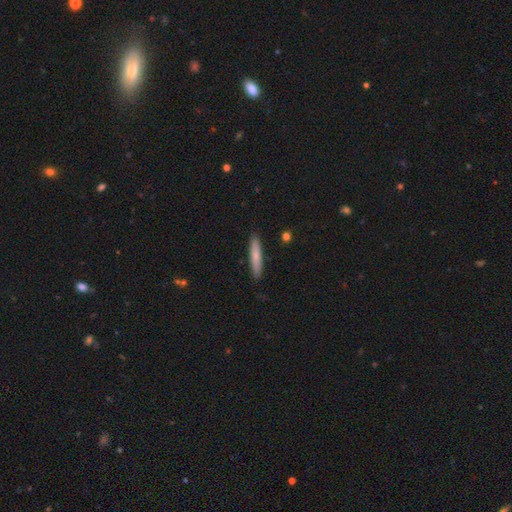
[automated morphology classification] A smooth galaxy with no disk features (74%) that is cigar-shaped (91%). Merging: none (89%).